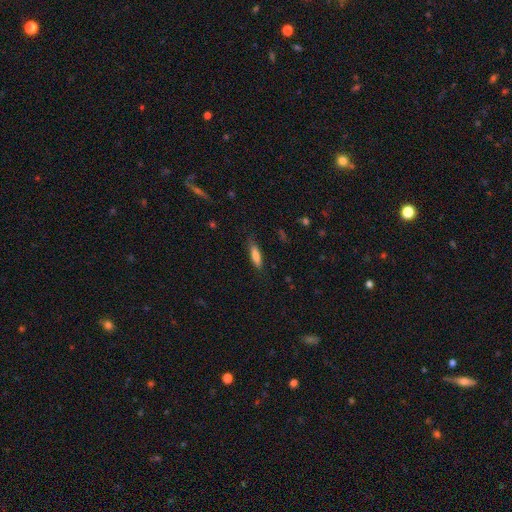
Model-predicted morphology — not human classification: smooth 78%, featured or disk 15%, star or artifact 7%. Down the decision tree: how rounded — cigar-shaped (64%); merging — none (80%).